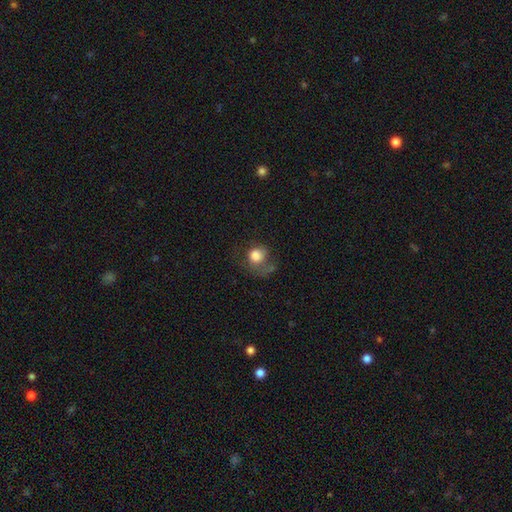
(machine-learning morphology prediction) A smooth galaxy with no disk features (71%) that is round (76%).

Vote fractions:
- Smooth or featured? smooth: 71% / featured or disk: 20% / star or artifact: 9%
- How rounded? round: 76% / in between: 23% / cigar-shaped: 1%
- Merging? major disturbance: 38% / none: 35% / minor disturbance: 22% / merger: 4%